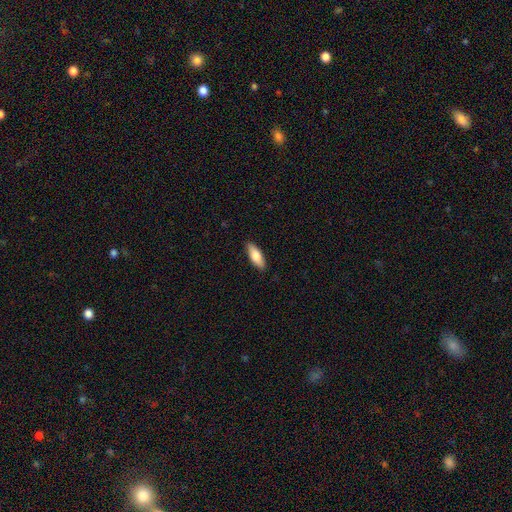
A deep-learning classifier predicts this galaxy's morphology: Smooth or featured? Predicted: smooth (p=0.78). How rounded? Predicted: in between (p=0.67). Merging? Predicted: none (p=0.88).